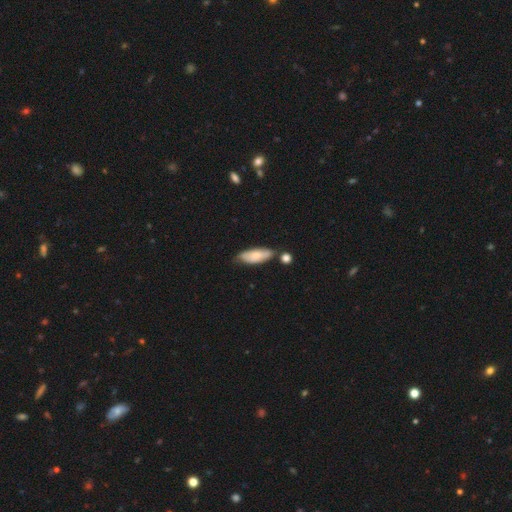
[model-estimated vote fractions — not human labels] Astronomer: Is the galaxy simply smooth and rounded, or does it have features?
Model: smooth — 69%.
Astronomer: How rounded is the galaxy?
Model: in between — 69%.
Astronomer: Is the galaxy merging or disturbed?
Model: none — 58%.